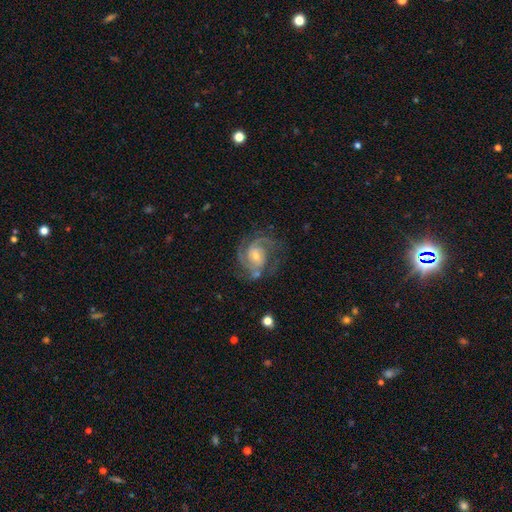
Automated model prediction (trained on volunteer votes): This appears to be a featured or disk galaxy (89%) with no bar (57%), 2 (42%) tight (46%, tied with medium) spiral arms (97%) and a small central bulge (54%). Merging: none (68%).